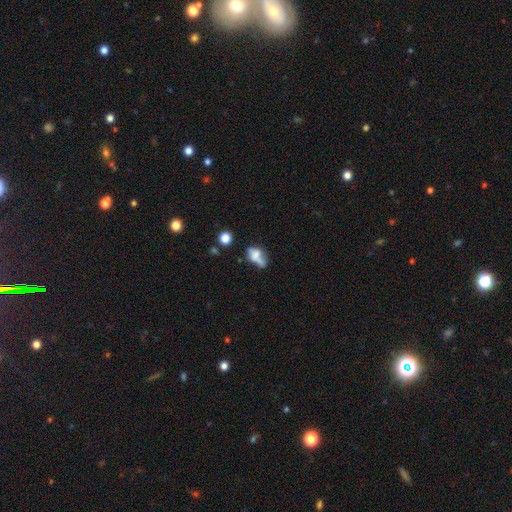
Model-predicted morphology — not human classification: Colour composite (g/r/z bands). It shows a smooth galaxy with no disk features (57%) that is in between round and cigar-shaped (77%). Merging: merger (31%).